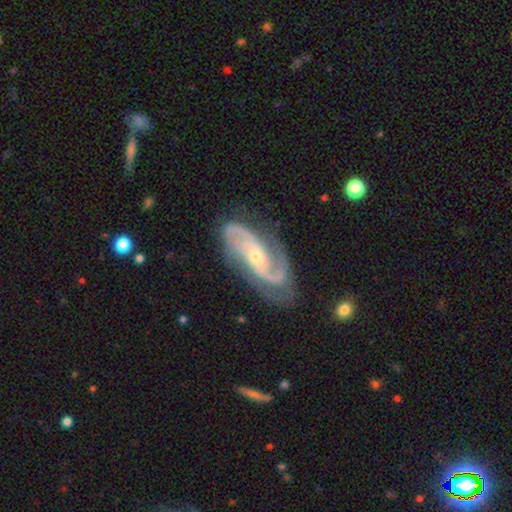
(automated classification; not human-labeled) A featured or disk galaxy (92%) with no bar (51%), 2 (71%) medium (52%) spiral arms (98%) and a small central bulge (59%). Merging: none (73%).